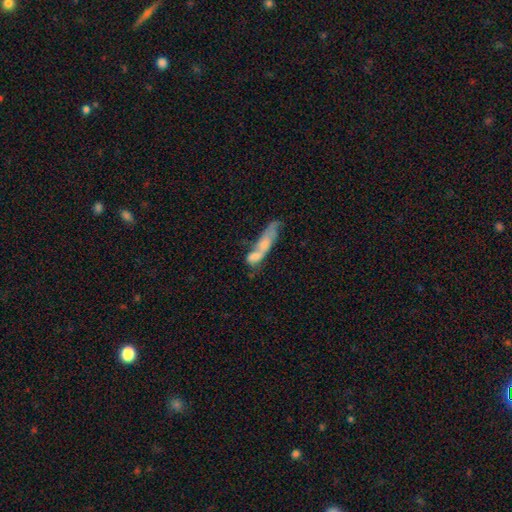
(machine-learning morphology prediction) Smooth or featured? Predicted: smooth (p=0.57). How rounded? Predicted: cigar-shaped (p=0.55). Merging? Predicted: merger (p=0.57).